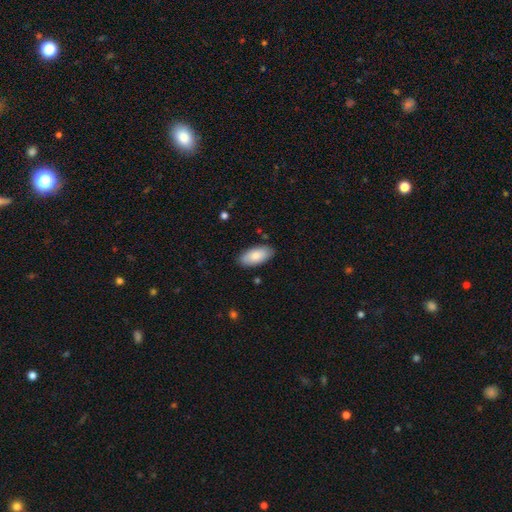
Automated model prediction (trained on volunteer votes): The model was most divided on "smooth or featured": smooth: 84%, featured or disk: 11%, star or artifact: 6%. More confident: how rounded — in between (93%); merging — none (86%).